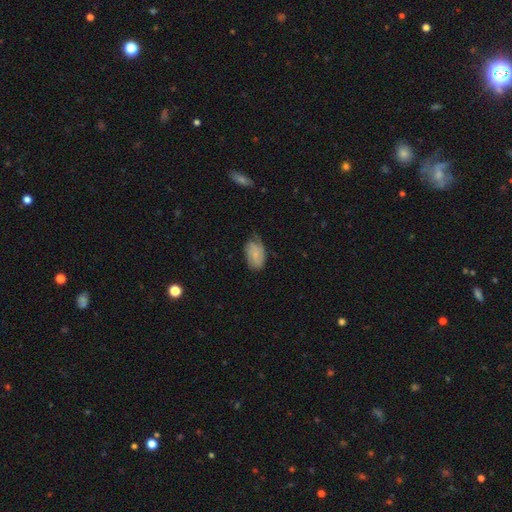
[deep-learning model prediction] A smooth galaxy with no disk features (60%) that is in between round and cigar-shaped (91%).

Vote fractions:
- Smooth or featured? smooth: 60% / featured or disk: 33% / star or artifact: 7%
- How rounded? in between: 91% / round: 7% / cigar-shaped: 2%
- Merging? none: 50% / minor disturbance: 36% / major disturbance: 12% / merger: 1%